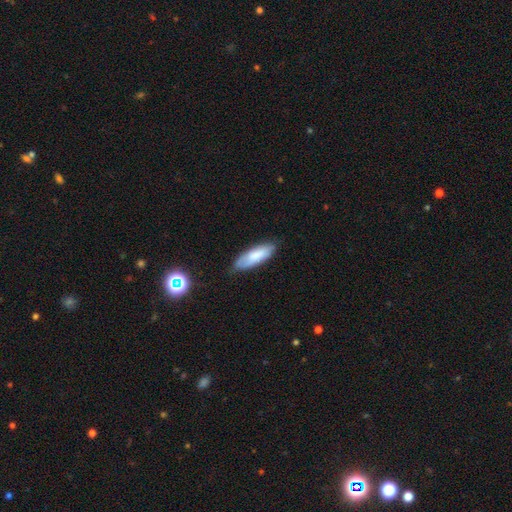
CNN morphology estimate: Overall: smooth (76%). How rounded: in between (63%; cigar-shaped 35%). Merging: none (74%).